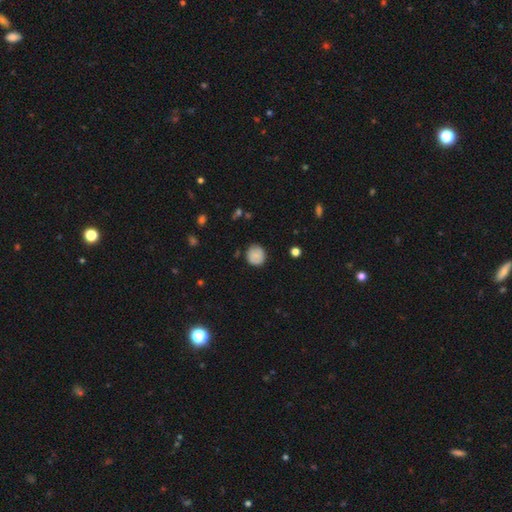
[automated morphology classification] This is likely a smooth galaxy (79%). How rounded: clearly round (88%). Merging: clearly none (81%).